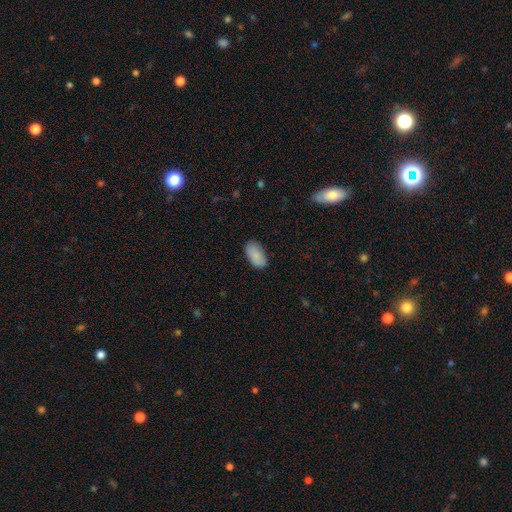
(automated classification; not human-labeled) smooth 87%, star or artifact 7%, featured or disk 6%. Down the decision tree: how rounded — in between (95%); merging — none (81%).